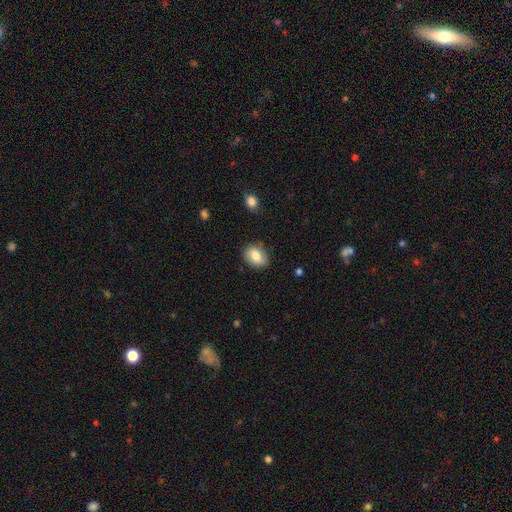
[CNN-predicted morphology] The model was most divided on "how rounded": in between: 68%, round: 31%, cigar-shaped: 1%. More confident: merging — none (83%); smooth or featured — smooth (82%).